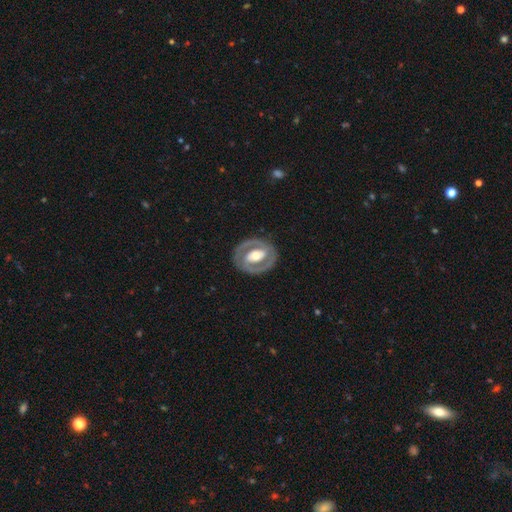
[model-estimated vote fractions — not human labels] A featured or disk galaxy (78%) with no bar (37%), spiral arms (62%) and a moderate central bulge (62%).

Vote fractions:
- Smooth or featured? featured or disk: 78% / smooth: 18% / star or artifact: 4%
- Edge-on disk? no: 96% / yes: 4%
- Bar? no: 37% / weak: 32% / strong: 31%
- Spiral arms? yes: 62% / no: 38%
- Bulge size? moderate: 62% / large: 24% / small: 11% / dominant: 2% / none: 1%
- Merging? none: 83% / minor disturbance: 11% / major disturbance: 5% / merger: 1%